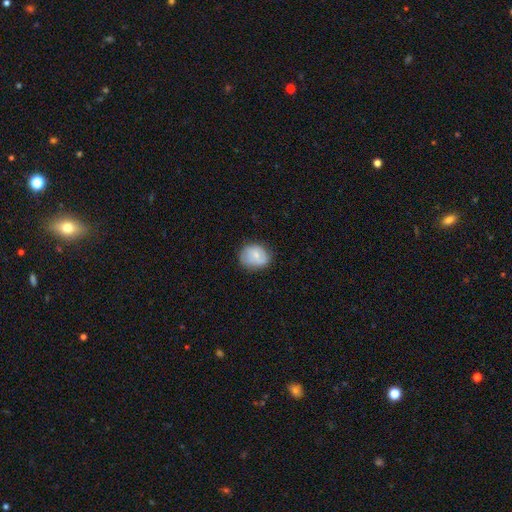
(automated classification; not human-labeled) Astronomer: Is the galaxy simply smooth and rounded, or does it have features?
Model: smooth — 72%.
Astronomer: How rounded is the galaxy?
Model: round — 61% (runner-up: in between, 39%).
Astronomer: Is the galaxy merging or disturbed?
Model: none — 72%.